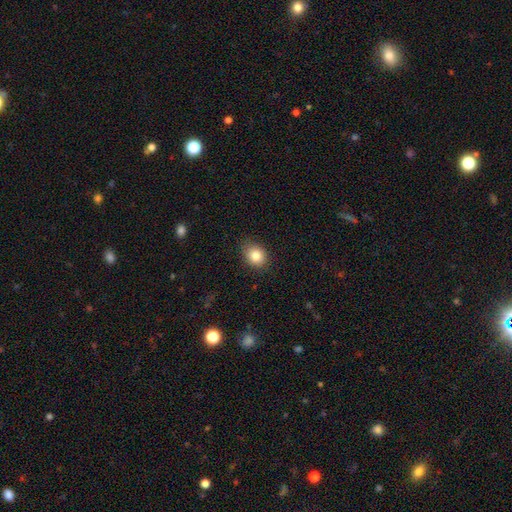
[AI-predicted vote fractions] This appears to be a smooth galaxy with no disk features (84%) that is round (56%). Merging: none (80%).